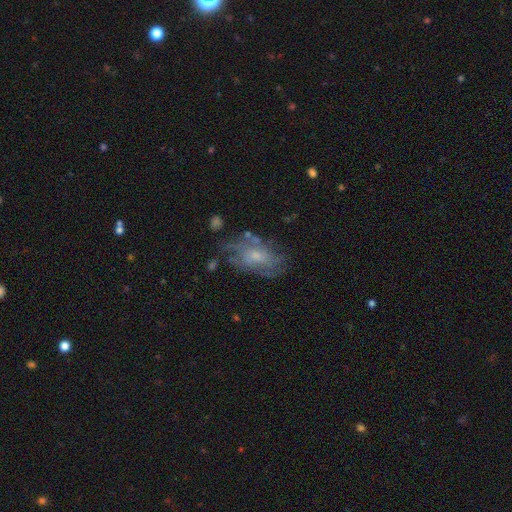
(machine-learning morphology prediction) Q: Smooth or featured?
A: featured or disk (69%); runner-up: smooth (23%)
Q: Edge-on disk?
A: no (95%); runner-up: yes (5%)
Q: Bar?
A: no (70%); runner-up: weak (26%)
Q: Spiral arms?
A: yes (74%); runner-up: no (26%)
Q: Bulge size?
A: small (53%); runner-up: moderate (35%)
Q: Merging?
A: none (57%); runner-up: minor disturbance (23%)